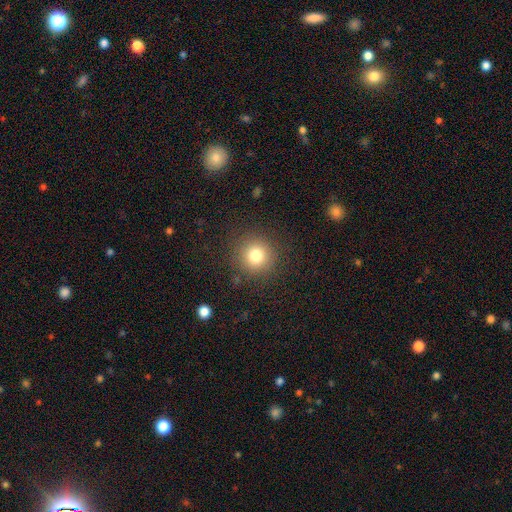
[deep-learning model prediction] The model was most divided on "smooth or featured": smooth: 79%, star or artifact: 13%, featured or disk: 8%. More confident: how rounded — round (94%); merging — none (88%).